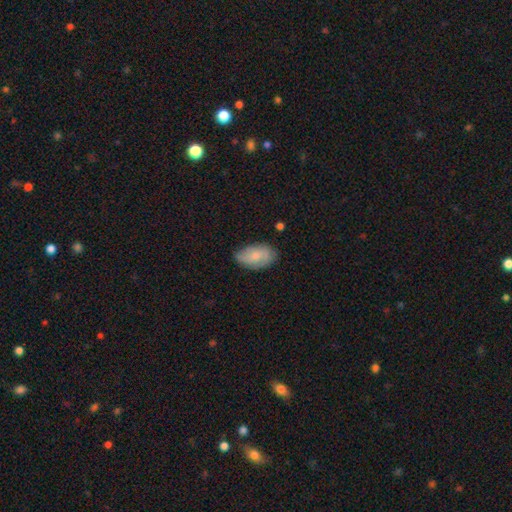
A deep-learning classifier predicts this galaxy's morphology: smooth_or_featured: smooth (p=0.64) [alt: featured or disk p=0.29]
how_rounded: in between (p=0.92) [alt: round p=0.06]
merging: none (p=0.70) [alt: minor disturbance p=0.24]